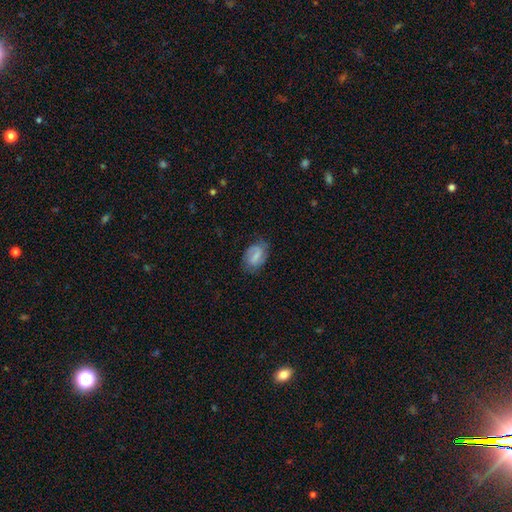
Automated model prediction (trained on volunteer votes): Overall: smooth (53%; featured or disk 39%). How rounded: in between (80%). Merging: none (69%).